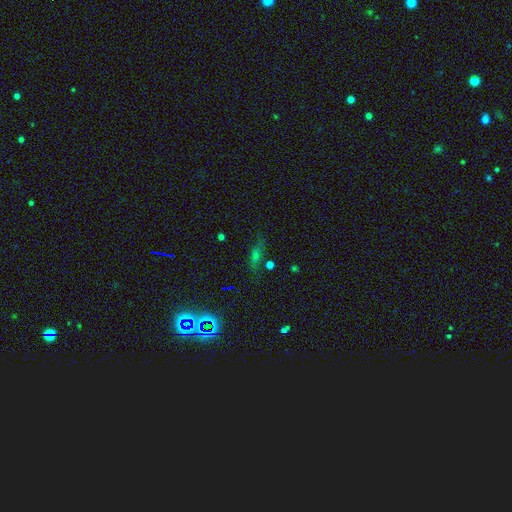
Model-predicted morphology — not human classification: Smooth or featured?
  - star or artifact: 43% *
  - smooth: 33%
  - featured or disk: 24%